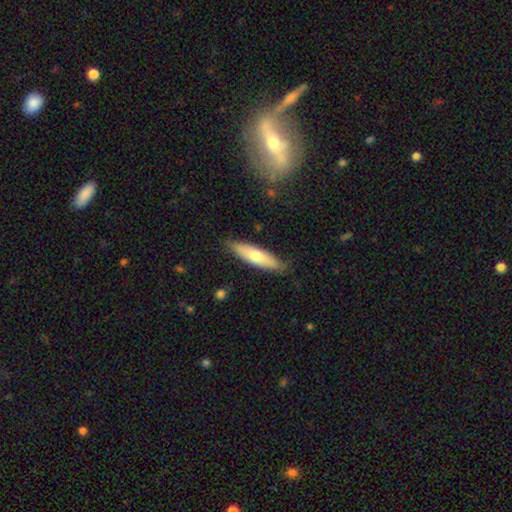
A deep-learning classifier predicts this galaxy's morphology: type=smooth (64%); roundness=cigar-shaped (60%); merging=none (82%).